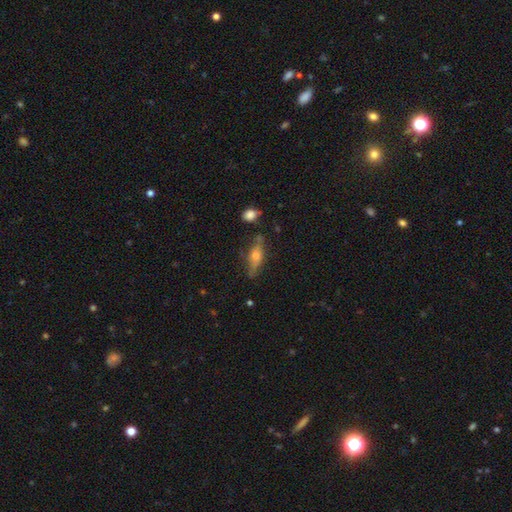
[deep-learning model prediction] This appears to be a smooth galaxy with no disk features (49%). Merging: none (62%).